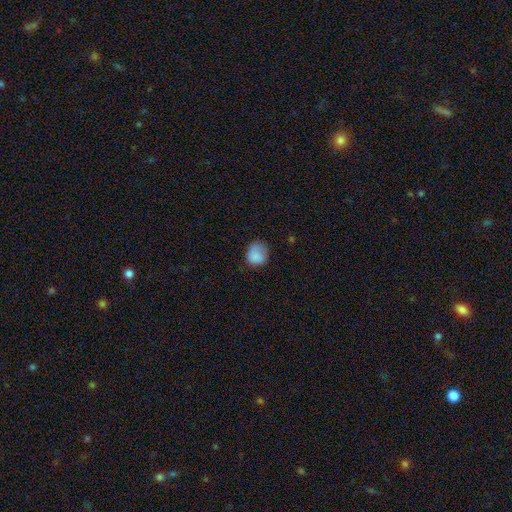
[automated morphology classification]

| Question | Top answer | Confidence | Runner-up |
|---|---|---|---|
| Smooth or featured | smooth | 84% | star or artifact (9%) |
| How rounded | round | 73% | in between (26%) |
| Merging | none | 62% | minor disturbance (27%) |